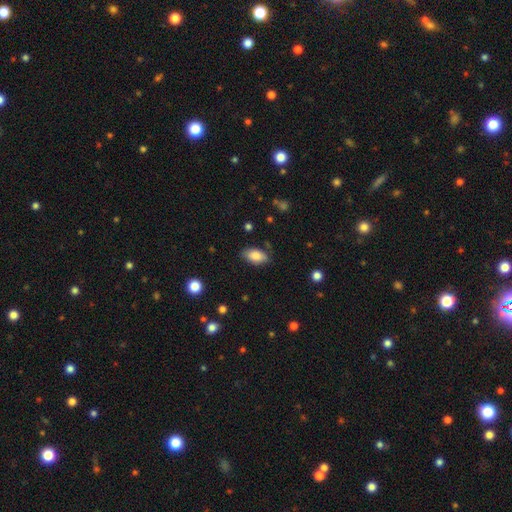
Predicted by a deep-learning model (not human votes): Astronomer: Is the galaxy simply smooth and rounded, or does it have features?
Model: smooth — 84%.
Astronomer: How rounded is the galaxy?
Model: in between — 92%.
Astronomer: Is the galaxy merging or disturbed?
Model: none — 79%.